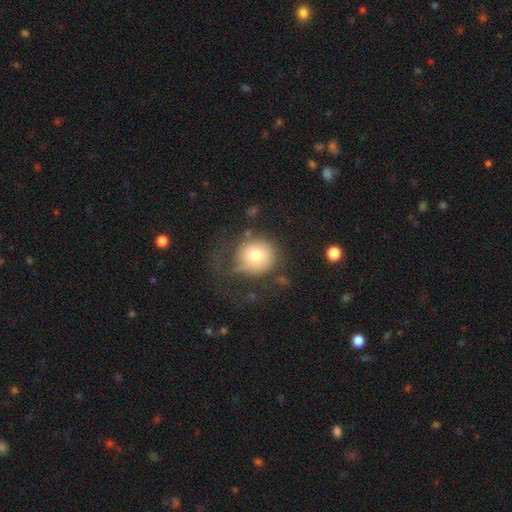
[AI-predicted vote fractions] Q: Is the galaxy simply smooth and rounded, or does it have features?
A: smooth — 70%.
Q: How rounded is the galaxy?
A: round — 86%.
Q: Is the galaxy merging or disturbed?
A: none — 43%.